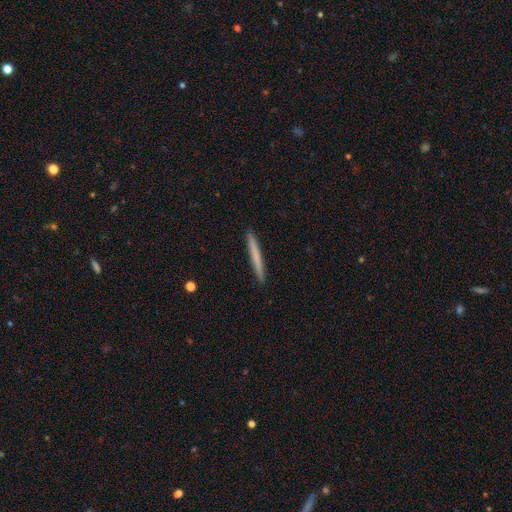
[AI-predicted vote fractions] This appears to be a smooth galaxy with no disk features (67%) that is cigar-shaped (97%). Merging: none (93%).